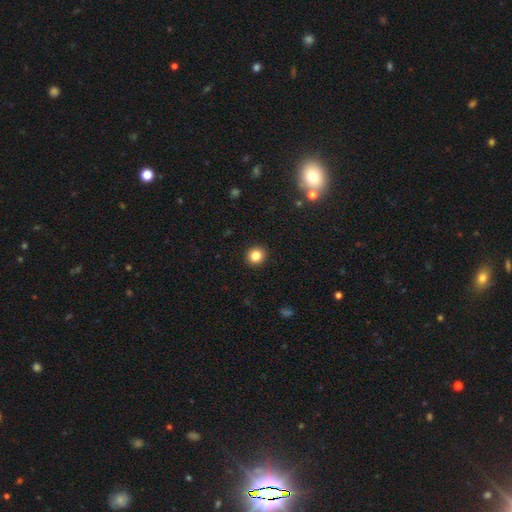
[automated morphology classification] Smooth or featured? Predicted: smooth (p=0.84). How rounded? Predicted: round (p=0.90). Merging? Predicted: none (p=0.93).